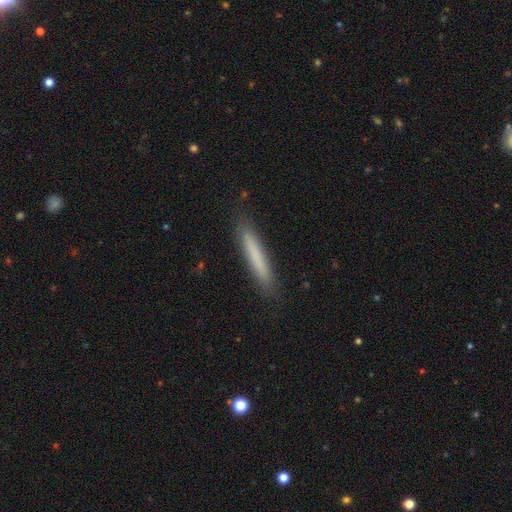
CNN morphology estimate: Overall: smooth (73%). How rounded: cigar-shaped (95%). Merging: none (88%).